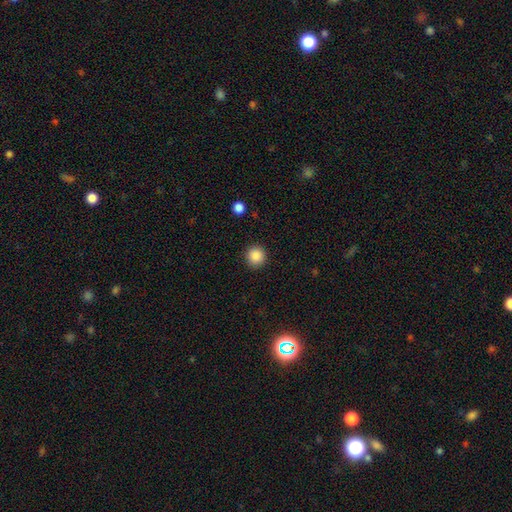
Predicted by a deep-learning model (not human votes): Smooth or featured? smooth (88%)
How rounded? round (94%)
Merging? none (91%)